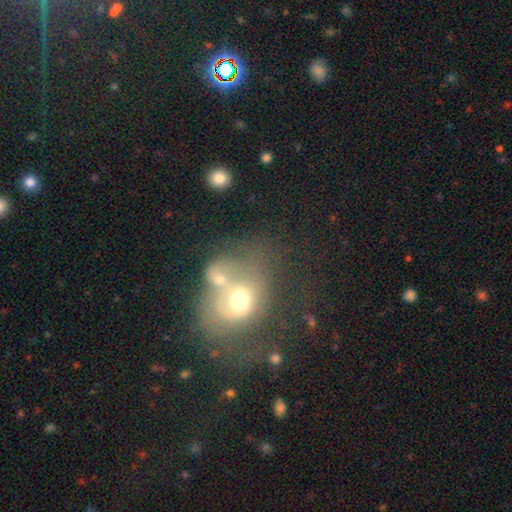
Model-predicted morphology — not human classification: type=smooth (49%); merging=merger (49%).